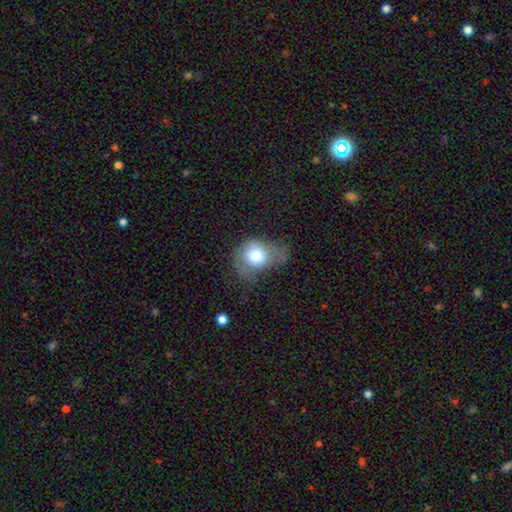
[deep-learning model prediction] This appears to be a smooth galaxy with no disk features (69%) that is round (54%). Merging: major disturbance (40%).